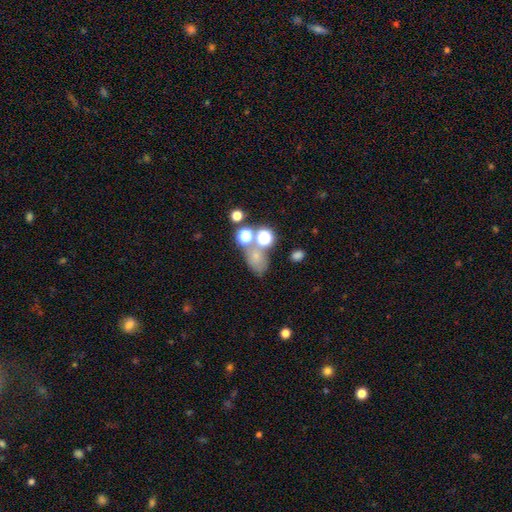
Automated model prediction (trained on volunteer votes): Q: Smooth or featured?
A: smooth (60%); runner-up: star or artifact (24%)
Q: How rounded?
A: in between (57%); runner-up: round (41%)
Q: Merging?
A: none (45%); runner-up: merger (34%)